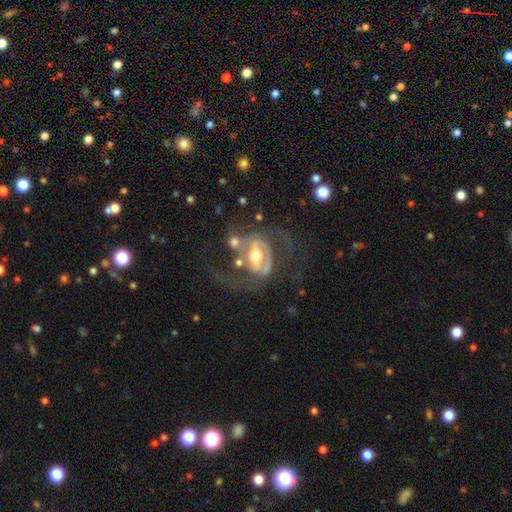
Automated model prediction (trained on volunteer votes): This appears to be a featured or disk galaxy (82%) with a strong bar (37%), 2 (68%) medium (45%) spiral arms (77%) and a moderate central bulge (73%). Merging: none (35%).